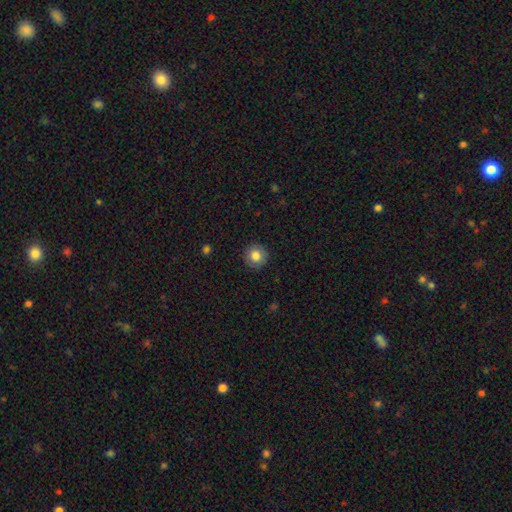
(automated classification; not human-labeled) A smooth galaxy with no disk features (84%) that is round (94%). Merging: none (91%).